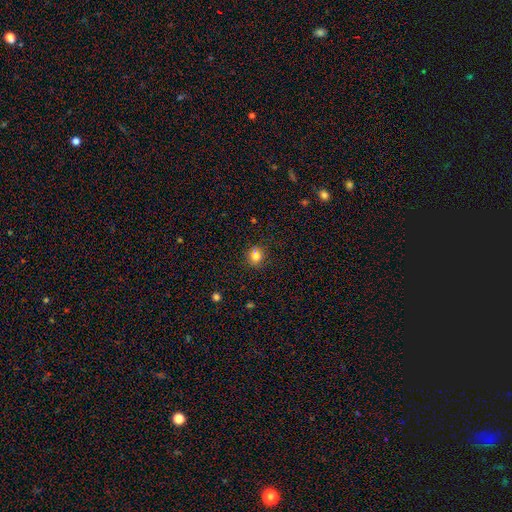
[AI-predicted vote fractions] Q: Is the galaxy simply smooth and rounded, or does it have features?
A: smooth — 79%.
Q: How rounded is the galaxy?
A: round — 73%.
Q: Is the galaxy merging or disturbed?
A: none — 79%.